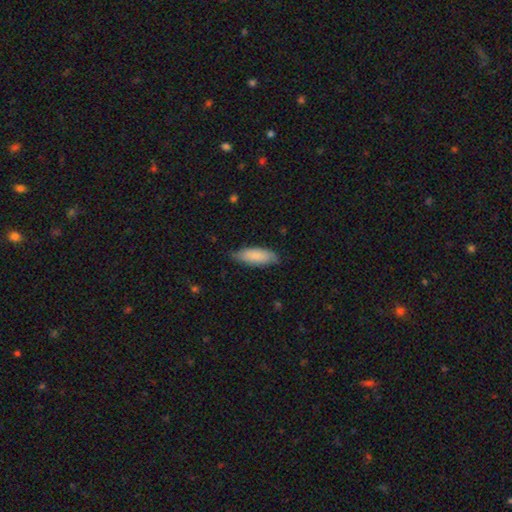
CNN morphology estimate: Smooth or featured? smooth (83%)
How rounded? in between (68%)
Merging? none (73%)